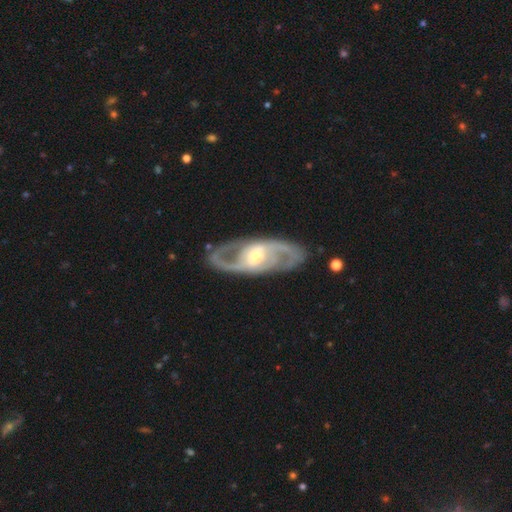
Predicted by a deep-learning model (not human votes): Smooth or featured?
  - featured or disk: 88% *
  - smooth: 8%
  - star or artifact: 4%
Edge-on disk?
  - no: 93% *
  - yes: 7%
Bar?
  - weak: 40% *
  - strong: 32%
  - no: 29%
Spiral arms?
  - yes: 92% *
  - no: 8%
Spiral winding?
  - medium: 55% *
  - tight: 25%
  - loose: 20%
Spiral arm count?
  - 2: 89% *
  - can't tell: 5%
  - 3: 2%
  - 1: 2%
  - 4: 1%
  - more than 4: 1%
Bulge size?
  - moderate: 48% *
  - small: 44%
  - large: 6%
  - none: 1%
  - dominant: 1%
Merging?
  - none: 83% *
  - minor disturbance: 10%
  - major disturbance: 5%
  - merger: 2%